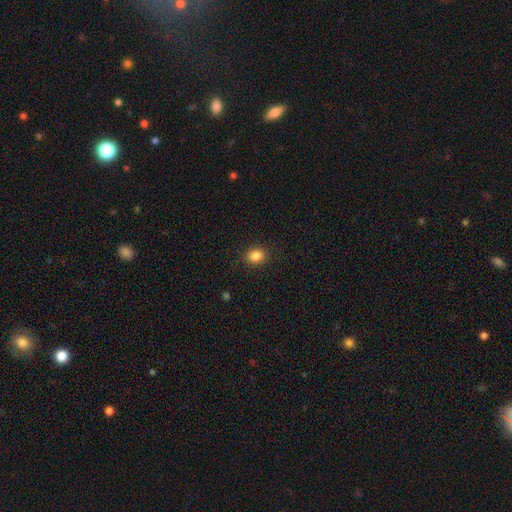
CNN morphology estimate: Smooth or featured? Predicted: smooth (p=0.85). How rounded? Predicted: round (p=0.56). Merging? Predicted: none (p=0.89).